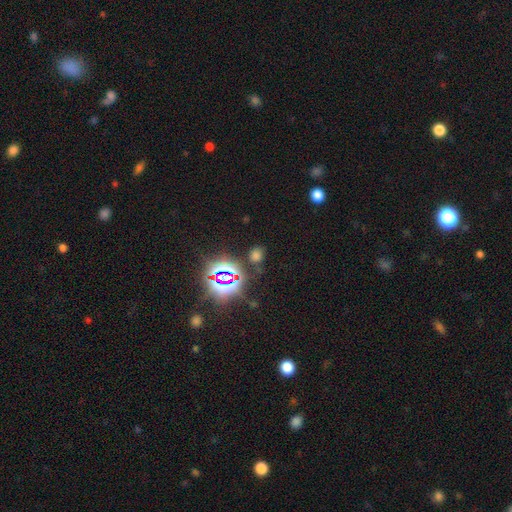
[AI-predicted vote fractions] smooth_or_featured: smooth (p=0.51) [alt: star or artifact p=0.43]
how_rounded: round (p=0.60) [alt: in between p=0.38]
merging: none (p=0.78) [alt: minor disturbance p=0.12]